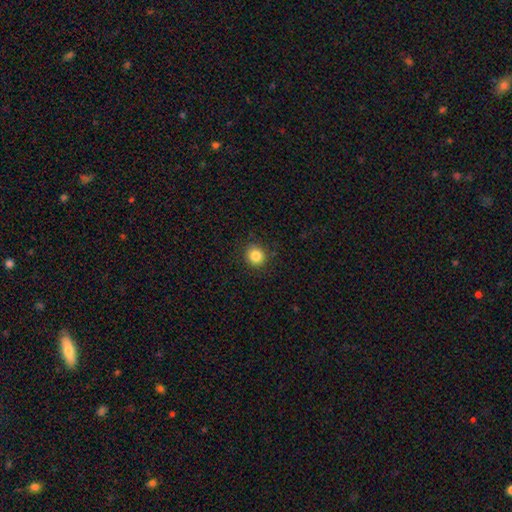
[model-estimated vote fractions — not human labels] smooth-or-featured: smooth: 84% | star or artifact: 11% | featured or disk: 5%
  how-rounded: round: 88% | in between: 11% | cigar-shaped: 1%
  merging: none: 89% | minor disturbance: 7% | major disturbance: 2% | merger: 1%